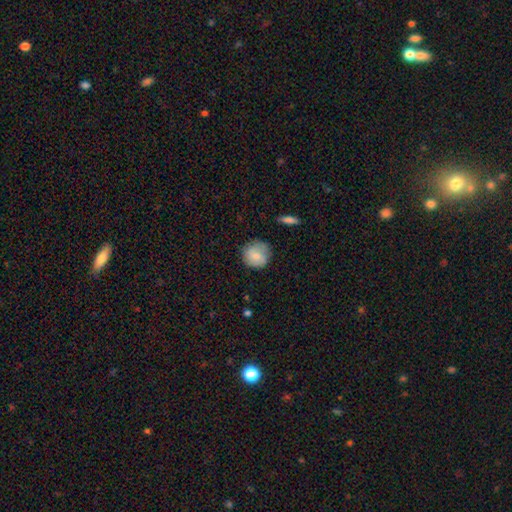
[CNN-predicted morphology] This is likely a smooth galaxy (74%). How rounded: clearly round (90%). Merging: likely none (79%).